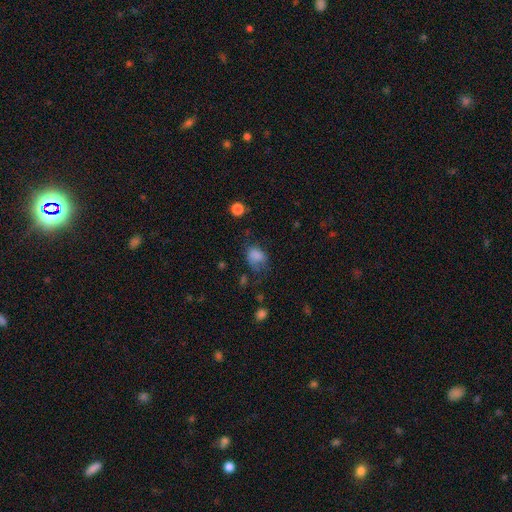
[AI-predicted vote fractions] Q: Smooth or featured?
A: smooth (78%); runner-up: star or artifact (12%)
Q: How rounded?
A: in between (65%); runner-up: round (33%)
Q: Merging?
A: none (39%); runner-up: minor disturbance (32%)